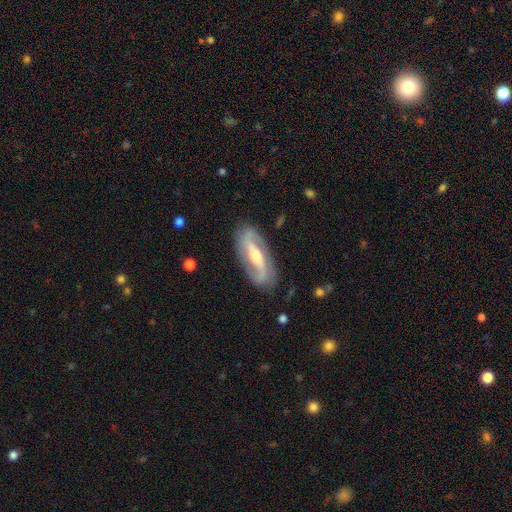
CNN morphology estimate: Q: Smooth or featured?
A: featured or disk (86%); runner-up: smooth (10%)
Q: Edge-on disk?
A: no (91%); runner-up: yes (9%)
Q: Bar?
A: strong (52%); runner-up: weak (30%)
Q: Spiral arms?
A: yes (93%); runner-up: no (7%)
Q: Spiral winding?
A: medium (42%); runner-up: loose (38%)
Q: Spiral arm count?
A: 2 (91%); runner-up: can't tell (4%)
Q: Bulge size?
A: moderate (64%); runner-up: small (26%)
Q: Merging?
A: none (84%); runner-up: minor disturbance (11%)